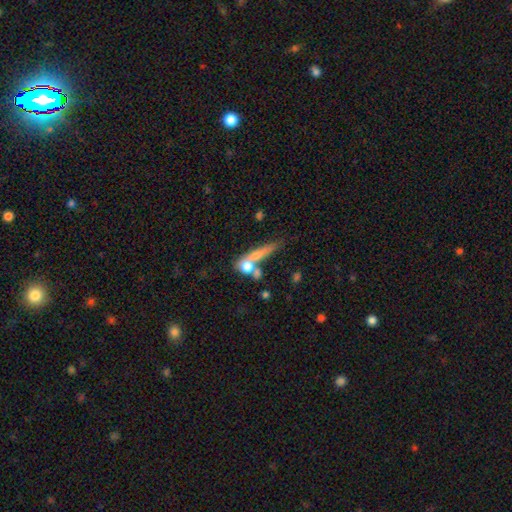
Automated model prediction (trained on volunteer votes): A smooth galaxy with no disk features (57%) that is cigar-shaped (53%). Merging: merger (38%).